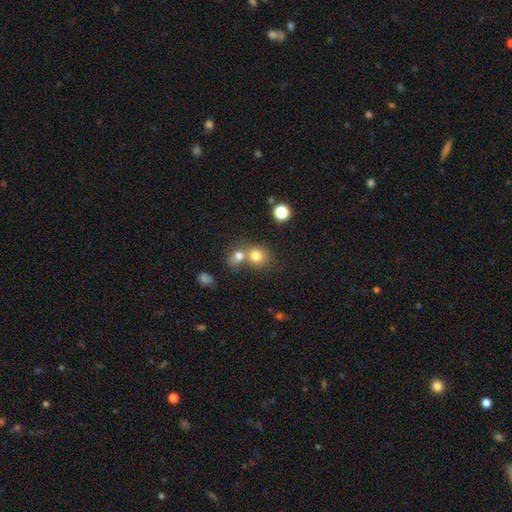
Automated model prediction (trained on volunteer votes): smooth-or-featured: smooth: 76% | star or artifact: 13% | featured or disk: 10%
  how-rounded: round: 74% | in between: 25% | cigar-shaped: 1%
  merging: merger: 46% | none: 42% | minor disturbance: 8% | major disturbance: 4%